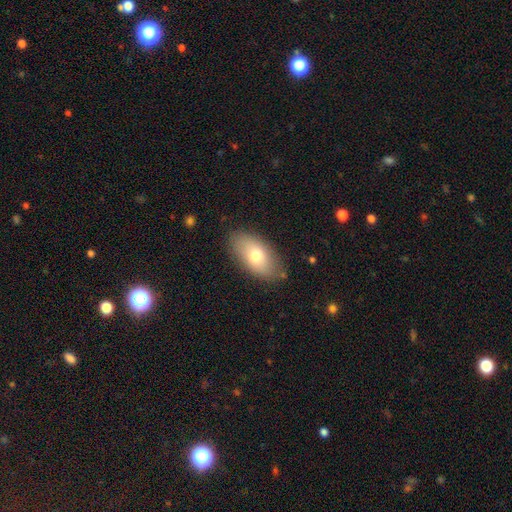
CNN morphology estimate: This appears to be a smooth galaxy with no disk features (72%) that is in between round and cigar-shaped (92%). Merging: none (82%).